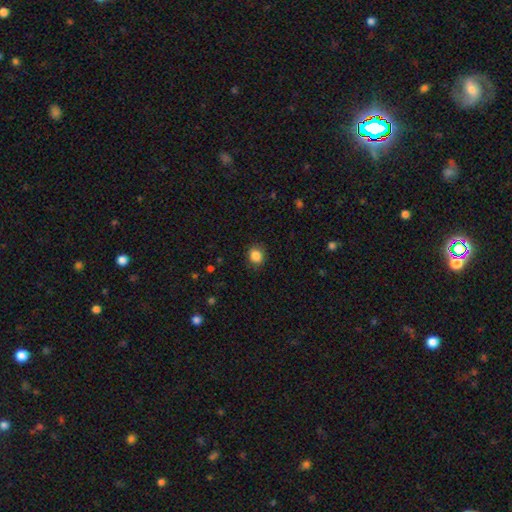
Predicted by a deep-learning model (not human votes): smooth-or-featured: smooth: 86% | star or artifact: 10% | featured or disk: 4%
  how-rounded: round: 63% | in between: 36% | cigar-shaped: 1%
  merging: none: 86% | minor disturbance: 10% | major disturbance: 3% | merger: 1%